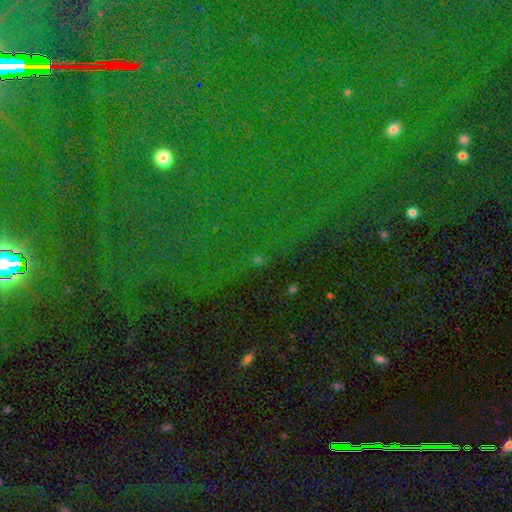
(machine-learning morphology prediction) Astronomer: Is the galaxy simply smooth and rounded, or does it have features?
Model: star or artifact — 86%.